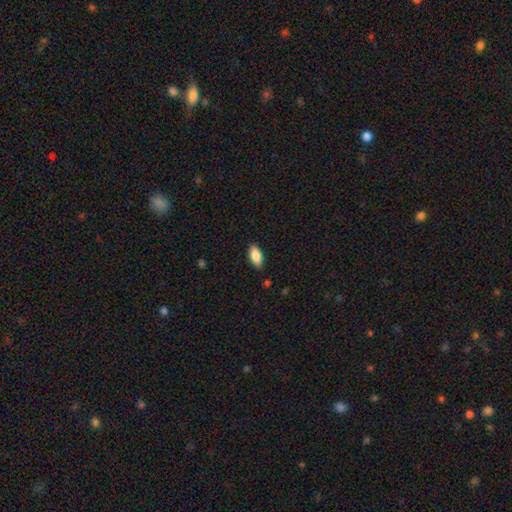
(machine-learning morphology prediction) A smooth galaxy with no disk features (84%) that is in between round and cigar-shaped (86%).

Vote fractions:
- Smooth or featured? smooth: 84% / featured or disk: 10% / star or artifact: 7%
- How rounded? in between: 86% / cigar-shaped: 12% / round: 2%
- Merging? none: 85% / minor disturbance: 12% / major disturbance: 2% / merger: 1%